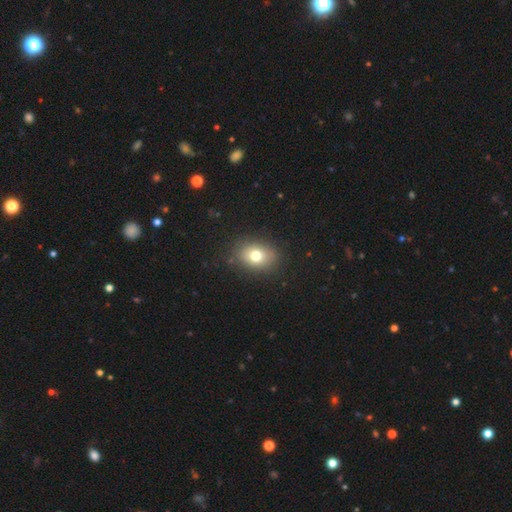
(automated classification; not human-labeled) smooth 74%, featured or disk 14%, star or artifact 11%. Down the decision tree: how rounded — in between (67%); merging — none (85%).